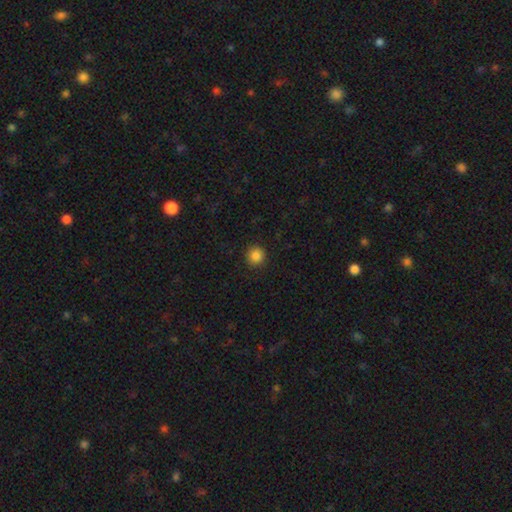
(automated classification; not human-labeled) Overall: smooth (86%). How rounded: round (94%). Merging: none (92%).